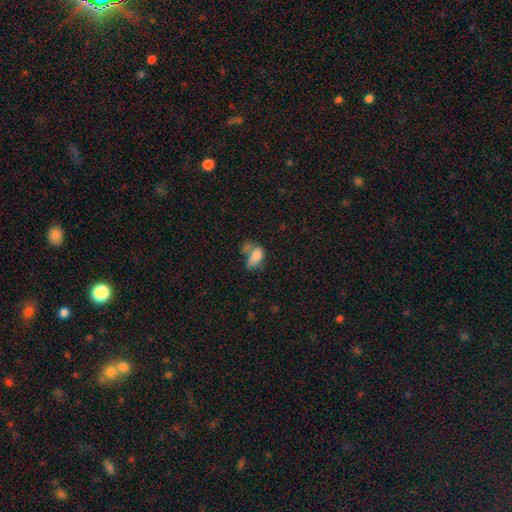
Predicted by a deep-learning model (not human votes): This appears to be a smooth galaxy with no disk features (76%) that is in between round and cigar-shaped (86%). Merging: merger (35%).